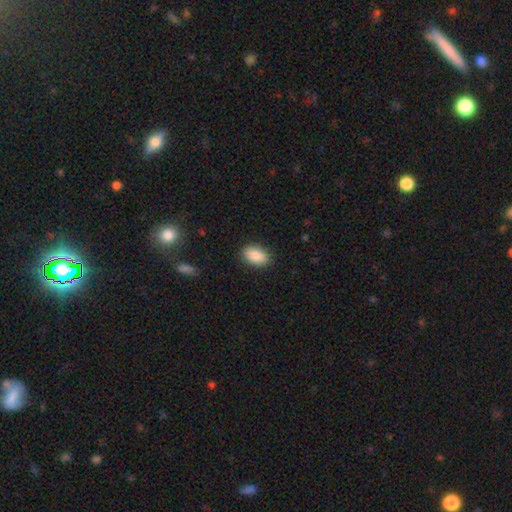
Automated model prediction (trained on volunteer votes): Smooth or featured?
  - smooth: 89% *
  - star or artifact: 7%
  - featured or disk: 4%
How rounded?
  - in between: 92% *
  - round: 7%
  - cigar-shaped: 2%
Merging?
  - none: 87% *
  - minor disturbance: 9%
  - major disturbance: 2%
  - merger: 1%